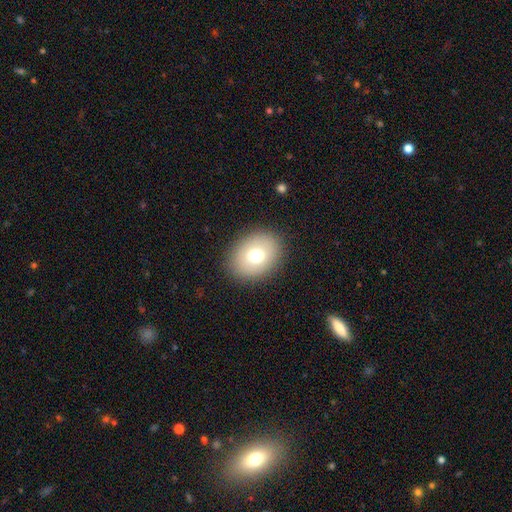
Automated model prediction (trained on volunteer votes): Overall: smooth (72%). How rounded: in between (57%; round 42%). Merging: none (87%).